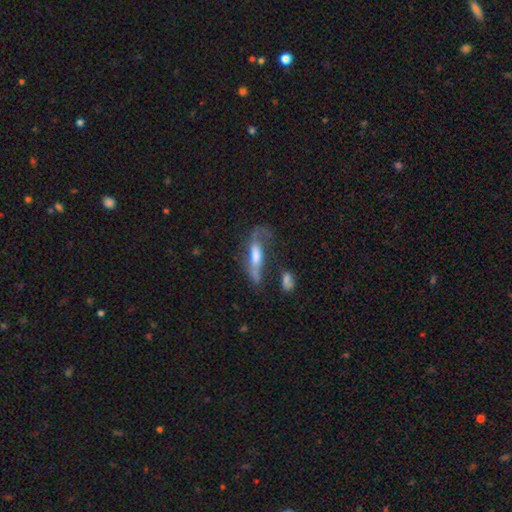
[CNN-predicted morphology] featured or disk 58%, smooth 33%, star or artifact 9%. Down the decision tree: edge-on disk — yes (50%, tied with no); merging — none (36%).